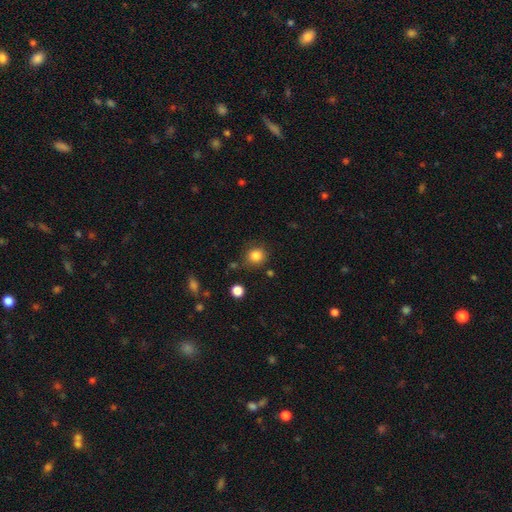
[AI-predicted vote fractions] The model was most divided on "merging": none: 81%, minor disturbance: 12%, merger: 4%, major disturbance: 4%. More confident: how rounded — round (87%); smooth or featured — smooth (84%).